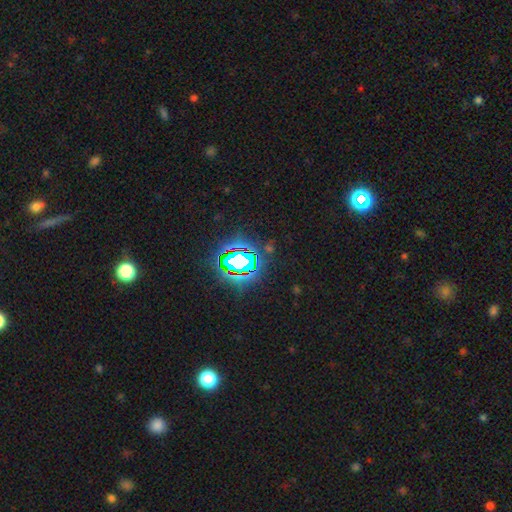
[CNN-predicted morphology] smooth_or_featured: star or artifact (p=0.79) [alt: smooth p=0.13]